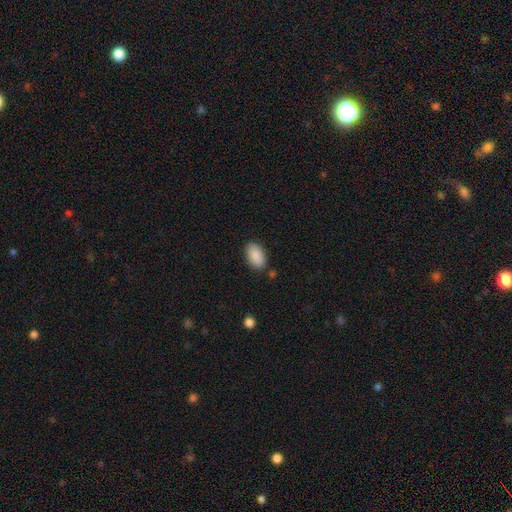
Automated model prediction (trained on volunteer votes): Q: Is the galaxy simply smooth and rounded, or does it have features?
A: smooth — 90%.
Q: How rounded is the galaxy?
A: in between — 94%.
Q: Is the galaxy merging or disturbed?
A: none — 84%.